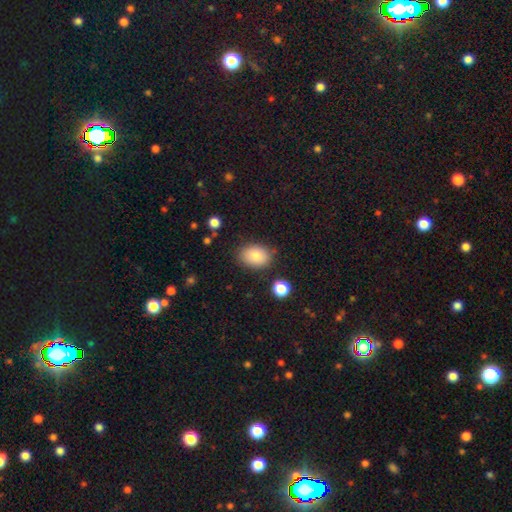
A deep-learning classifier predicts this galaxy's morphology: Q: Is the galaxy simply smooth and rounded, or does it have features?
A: smooth — 84%.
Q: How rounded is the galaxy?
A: in between — 78%.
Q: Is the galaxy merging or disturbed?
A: none — 81%.